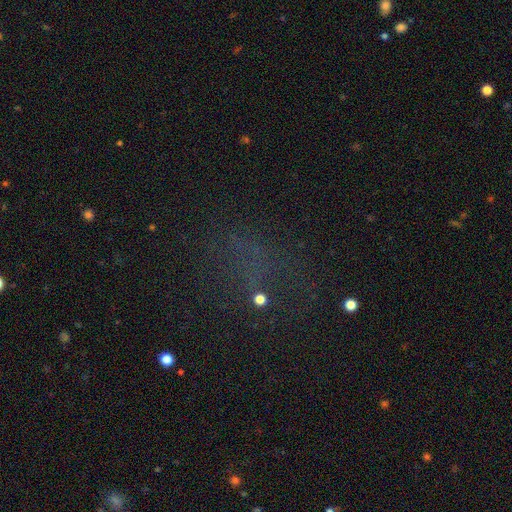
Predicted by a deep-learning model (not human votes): Smooth or featured? Predicted: star or artifact (p=0.52).